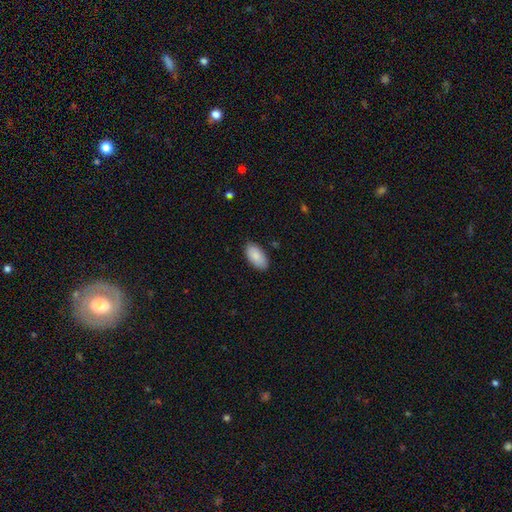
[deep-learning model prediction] This appears to be a smooth galaxy with no disk features (88%) that is in between round and cigar-shaped (95%). Merging: none (86%).